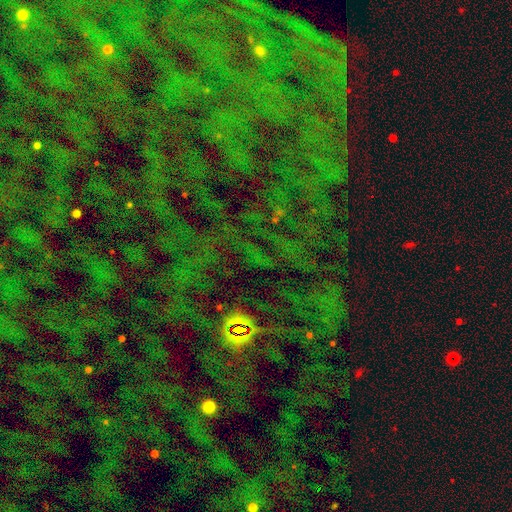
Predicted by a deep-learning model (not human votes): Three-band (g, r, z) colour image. It shows a star or artifact, not a galaxy (79%).